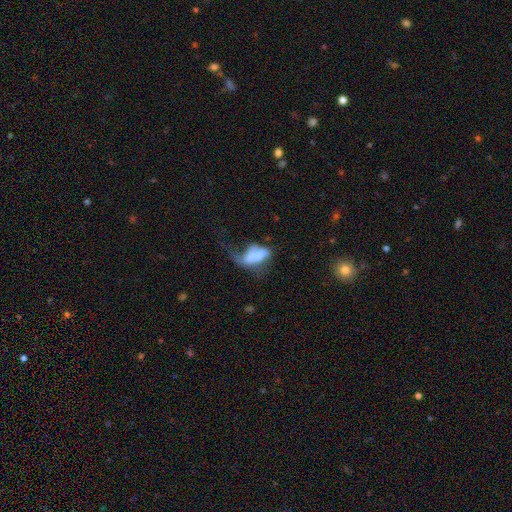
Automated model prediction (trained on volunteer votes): smooth 47%, featured or disk 42%, star or artifact 10%. Down the decision tree: merging — major disturbance (41%).